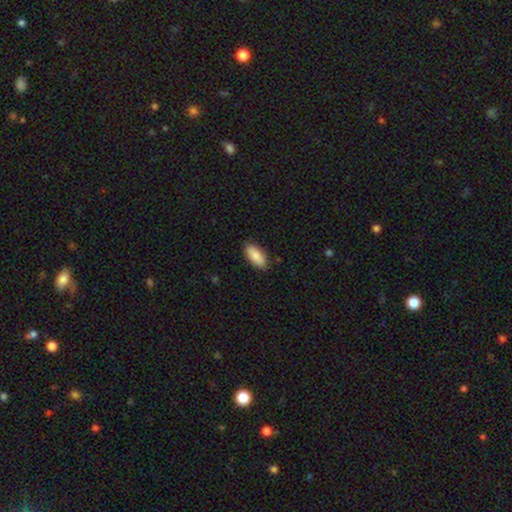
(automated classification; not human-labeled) A smooth galaxy with no disk features (88%) that is in between round and cigar-shaped (88%). Merging: none (87%).